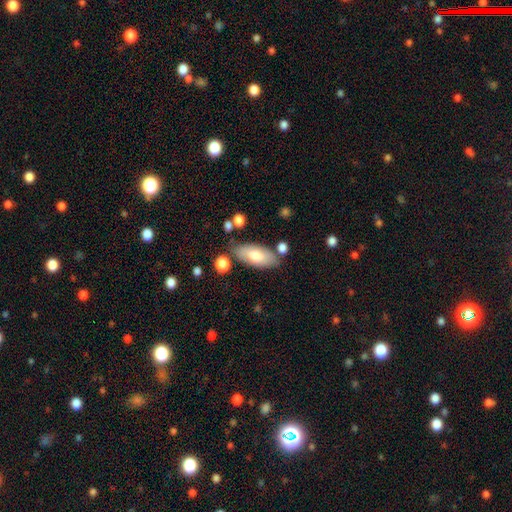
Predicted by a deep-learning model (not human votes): Smooth or featured?
  - smooth: 71% *
  - featured or disk: 23%
  - star or artifact: 6%
How rounded?
  - in between: 89% *
  - cigar-shaped: 9%
  - round: 2%
Merging?
  - none: 75% *
  - minor disturbance: 15%
  - merger: 6%
  - major disturbance: 4%